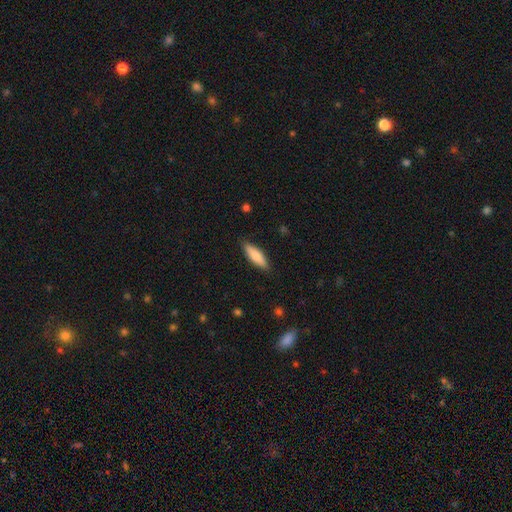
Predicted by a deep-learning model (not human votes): Smooth or featured? Predicted: smooth (p=0.76). How rounded? Predicted: cigar-shaped (p=0.52). Merging? Predicted: none (p=0.87).